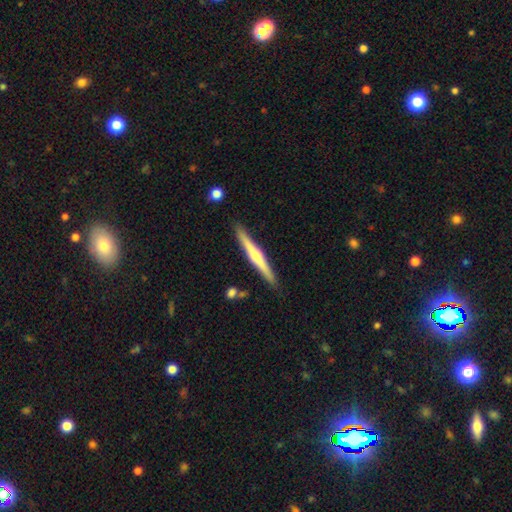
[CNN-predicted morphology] type=featured or disk (67%); edge-on=yes (98%); edge-on bulge=rounded (83%); merging=none (89%).